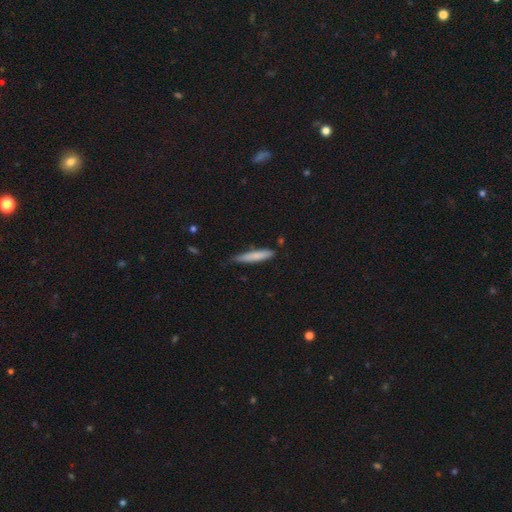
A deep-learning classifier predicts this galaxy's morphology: This is likely a smooth galaxy (77%). How rounded: clearly cigar-shaped (90%). Merging: likely none (66%).